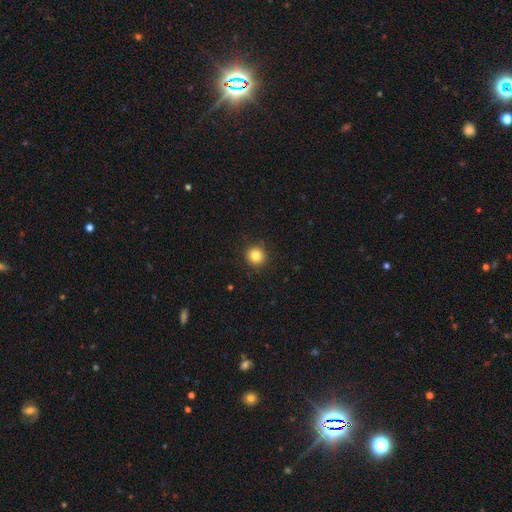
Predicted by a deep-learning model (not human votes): Smooth or featured?
  - smooth: 84% *
  - star or artifact: 11%
  - featured or disk: 5%
How rounded?
  - round: 94% *
  - in between: 5%
  - cigar-shaped: 1%
Merging?
  - none: 91% *
  - minor disturbance: 6%
  - major disturbance: 2%
  - merger: 1%